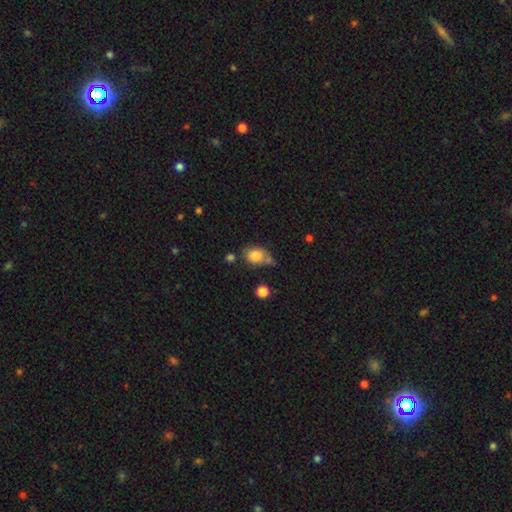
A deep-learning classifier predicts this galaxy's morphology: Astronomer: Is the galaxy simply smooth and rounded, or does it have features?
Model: smooth — 81%.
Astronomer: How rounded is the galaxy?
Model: in between — 57% (runner-up: round, 41%).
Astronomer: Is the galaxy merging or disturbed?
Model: none — 48% (runner-up: minor disturbance, 24%).